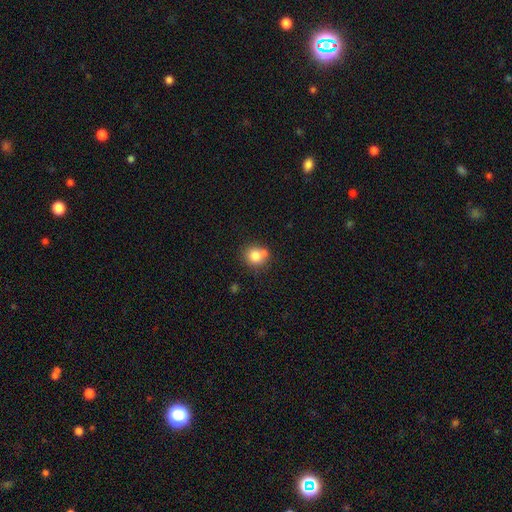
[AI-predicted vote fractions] The model was most divided on "merging": none: 54%, merger: 30%, minor disturbance: 12%, major disturbance: 4%. More confident: how rounded — round (81%); smooth or featured — smooth (79%).